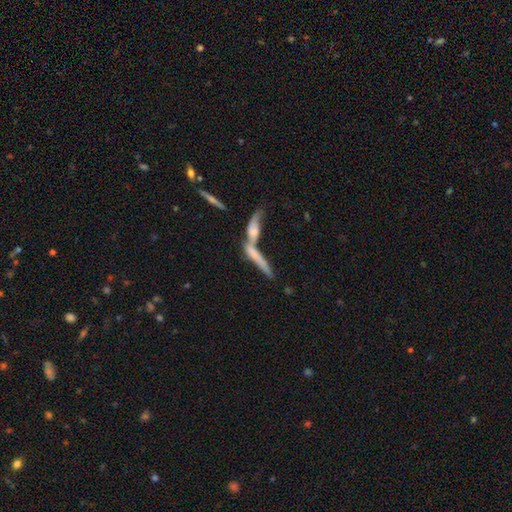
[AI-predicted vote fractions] Morphology: type=smooth (52%); roundness=cigar-shaped (83%); merging=merger (58%).